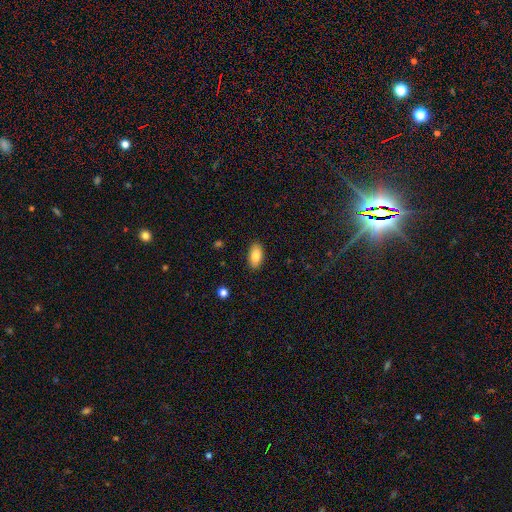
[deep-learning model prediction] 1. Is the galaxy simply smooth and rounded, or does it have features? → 84% smooth, 9% featured or disk, 7% star or artifact.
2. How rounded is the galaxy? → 91% in between, 6% cigar-shaped, 3% round.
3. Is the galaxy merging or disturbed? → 88% none, 9% minor disturbance, 2% major disturbance, 1% merger.